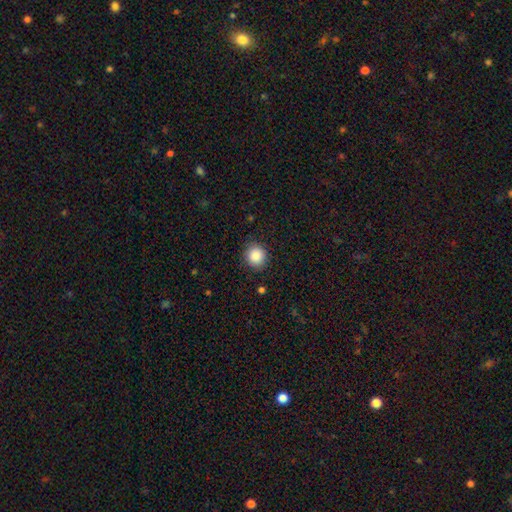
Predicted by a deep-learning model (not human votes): Smooth or featured?
  - smooth: 86% *
  - star or artifact: 9%
  - featured or disk: 4%
How rounded?
  - round: 88% *
  - in between: 11%
  - cigar-shaped: 1%
Merging?
  - none: 88% *
  - minor disturbance: 8%
  - major disturbance: 2%
  - merger: 1%